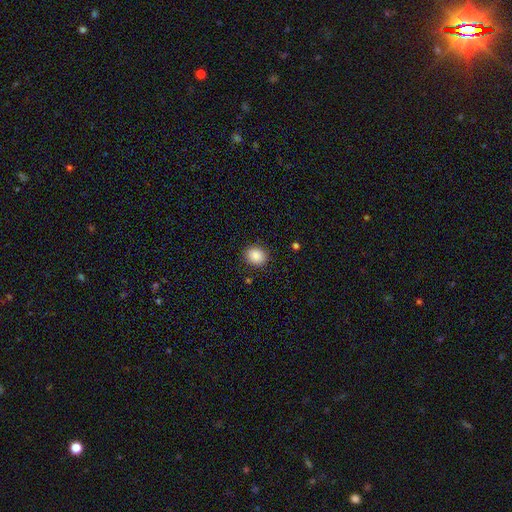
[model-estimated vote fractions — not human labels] This is clearly a smooth galaxy (88%). How rounded: likely round (66%). Merging: clearly none (87%).